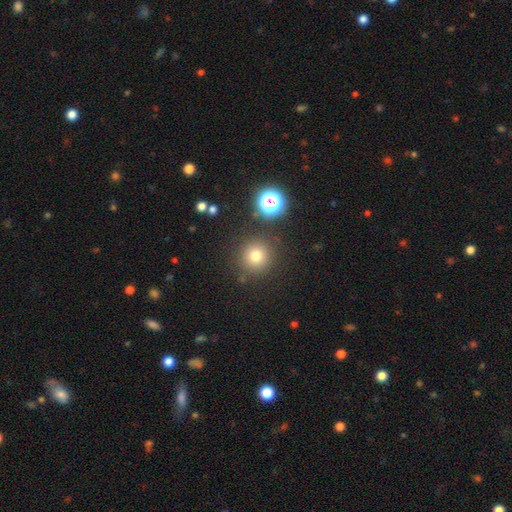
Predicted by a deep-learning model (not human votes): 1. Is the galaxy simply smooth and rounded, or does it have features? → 74% smooth, 17% star or artifact, 8% featured or disk.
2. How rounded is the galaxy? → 95% round, 4% in between, 1% cigar-shaped.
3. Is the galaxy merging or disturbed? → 86% none, 7% minor disturbance, 4% merger, 3% major disturbance.